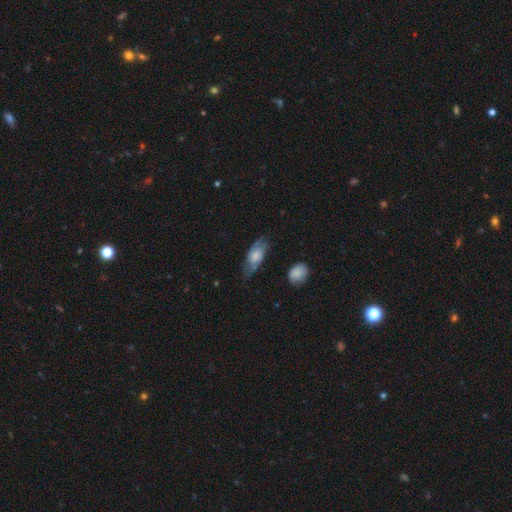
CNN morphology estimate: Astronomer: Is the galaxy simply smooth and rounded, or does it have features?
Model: smooth — 52% (runner-up: featured or disk, 41%).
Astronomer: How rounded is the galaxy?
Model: in between — 79%.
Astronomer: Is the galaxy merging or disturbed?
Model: none — 59%.